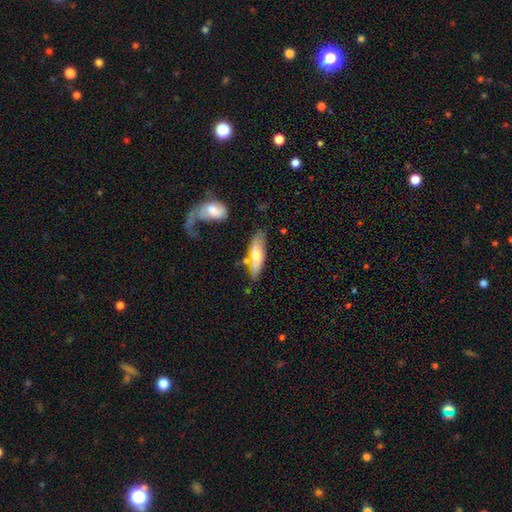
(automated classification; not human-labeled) Smooth or featured: smooth — 57% (featured or disk — 37%)
How rounded: in between — 54% (cigar-shaped — 44%)
Merging: none — 58% (minor disturbance — 21%)